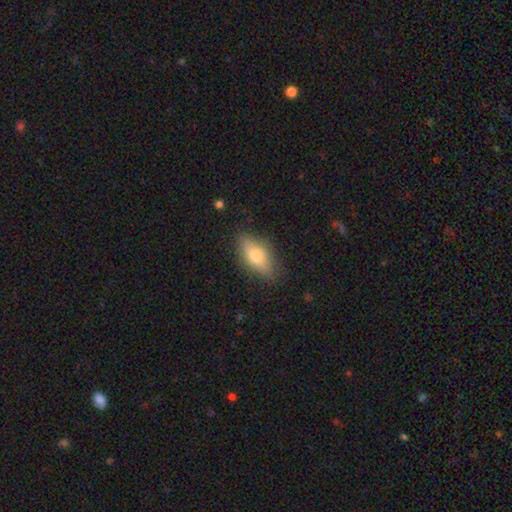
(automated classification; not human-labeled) This is likely a smooth galaxy (69%). How rounded: clearly in between (82%). Merging: clearly none (81%).